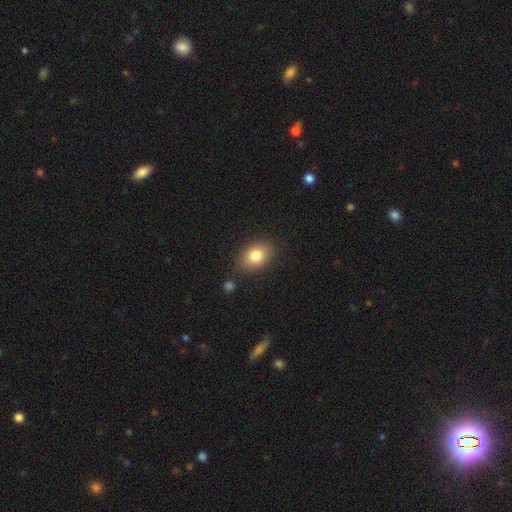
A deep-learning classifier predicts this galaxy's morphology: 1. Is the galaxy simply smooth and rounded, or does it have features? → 82% smooth, 9% featured or disk, 9% star or artifact.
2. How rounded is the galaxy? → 77% in between, 22% round, 1% cigar-shaped.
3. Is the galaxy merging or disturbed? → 80% none, 12% minor disturbance, 4% merger, 3% major disturbance.